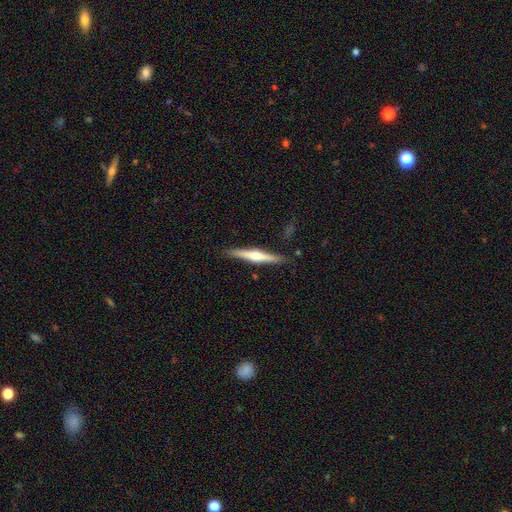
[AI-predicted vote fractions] Smooth or featured?
  - featured or disk: 63% *
  - smooth: 32%
  - star or artifact: 6%
Edge-on disk?
  - yes: 98% *
  - no: 2%
Edge-on bulge?
  - rounded: 81% *
  - none: 10%
  - boxy: 9%
Merging?
  - none: 87% *
  - minor disturbance: 9%
  - major disturbance: 2%
  - merger: 2%